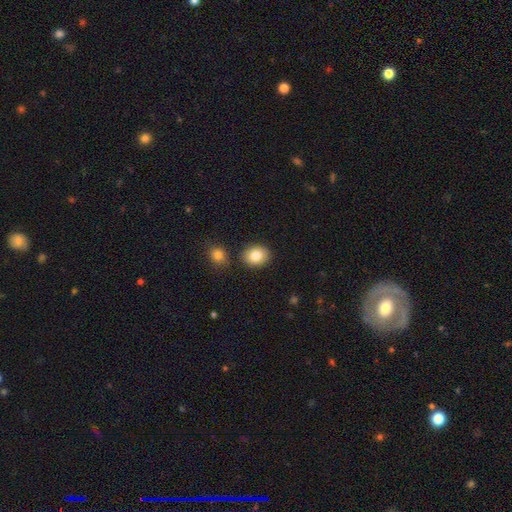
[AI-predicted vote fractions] A smooth galaxy with no disk features (83%) that is round (53%). Merging: none (84%).